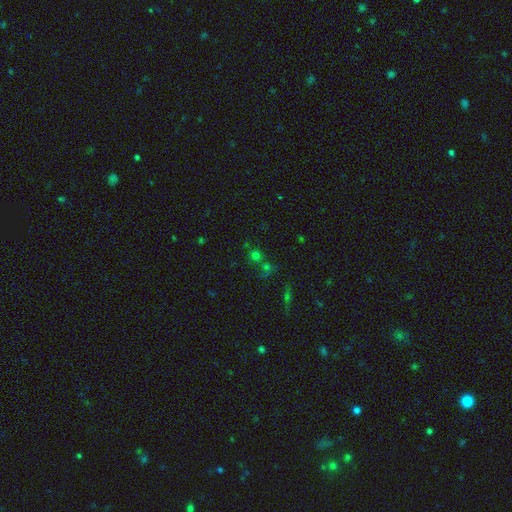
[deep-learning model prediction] A smooth galaxy with no disk features (57%) that is round (88%). Merging: none (58%).